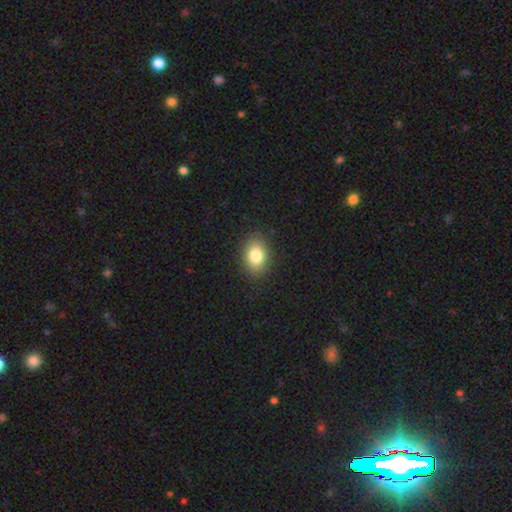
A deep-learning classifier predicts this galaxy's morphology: Smooth or featured?
  - smooth: 82% *
  - star or artifact: 10%
  - featured or disk: 9%
How rounded?
  - in between: 74% *
  - round: 25%
  - cigar-shaped: 1%
Merging?
  - none: 87% *
  - minor disturbance: 9%
  - major disturbance: 3%
  - merger: 1%